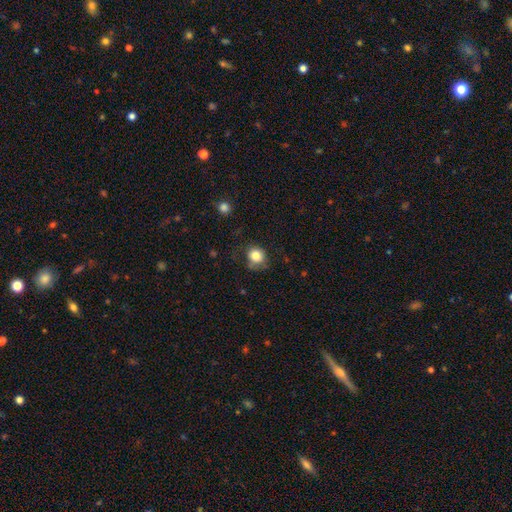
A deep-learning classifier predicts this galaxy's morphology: smooth 83%, star or artifact 11%, featured or disk 7%. Down the decision tree: how rounded — round (83%); merging — none (71%).